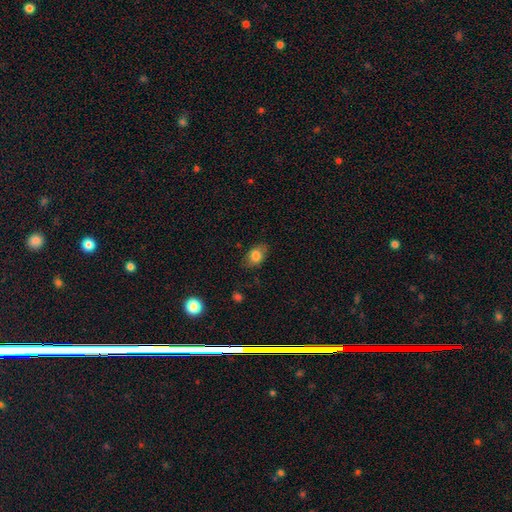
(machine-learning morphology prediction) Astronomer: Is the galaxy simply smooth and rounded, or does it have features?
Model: smooth — 80%.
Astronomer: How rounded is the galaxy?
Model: in between — 81%.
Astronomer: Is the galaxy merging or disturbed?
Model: none — 76%.